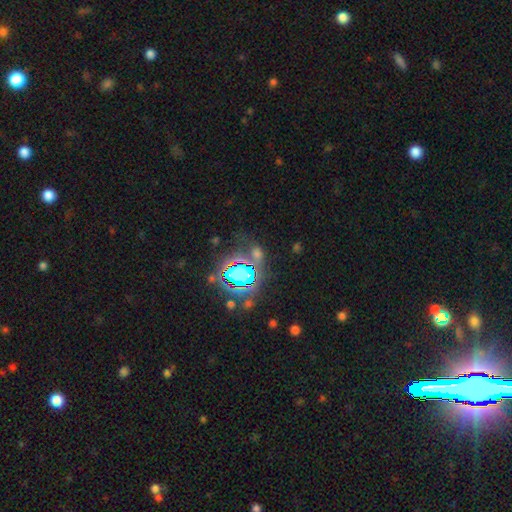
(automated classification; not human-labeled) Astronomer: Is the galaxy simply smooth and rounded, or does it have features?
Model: star or artifact — 73%.